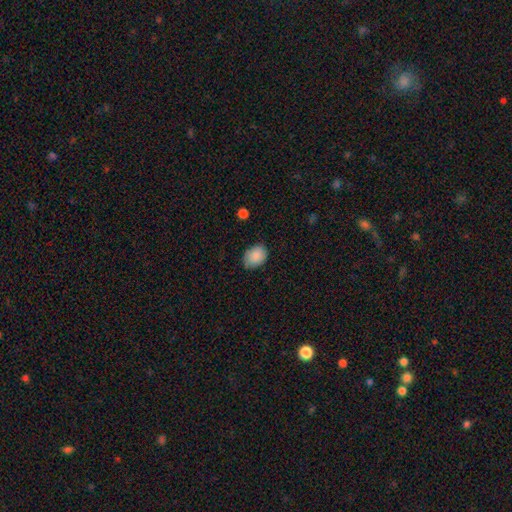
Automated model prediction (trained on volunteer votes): Smooth or featured? smooth (87%)
How rounded? in between (68%)
Merging? none (75%)